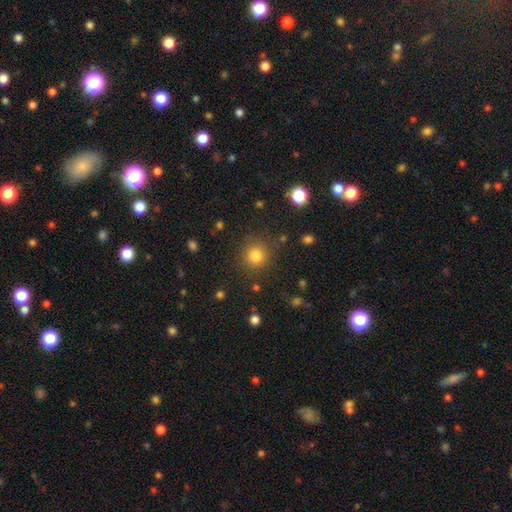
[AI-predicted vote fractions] Overall: smooth (81%). How rounded: round (91%). Merging: none (85%).